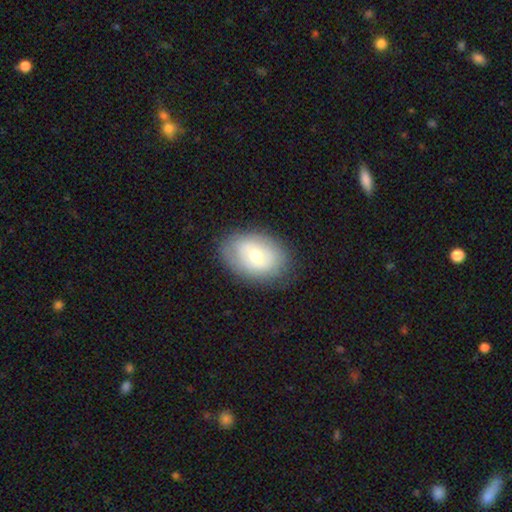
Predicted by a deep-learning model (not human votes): Smooth or featured? Predicted: smooth (p=0.52). How rounded? Predicted: in between (p=0.79). Merging? Predicted: none (p=0.81).